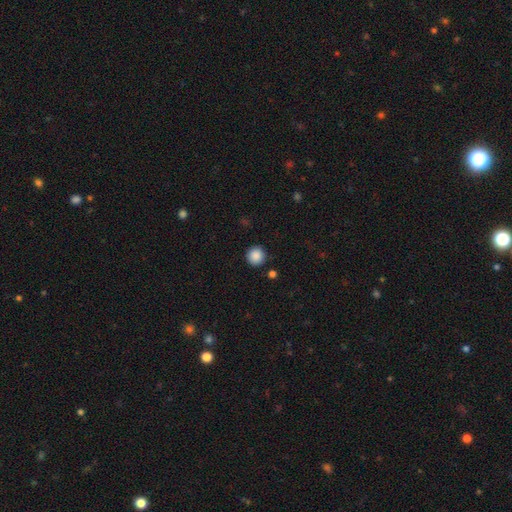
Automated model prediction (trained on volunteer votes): smooth-or-featured: smooth: 88% | star or artifact: 9% | featured or disk: 3%
  how-rounded: round: 95% | in between: 4% | cigar-shaped: 1%
  merging: none: 90% | minor disturbance: 6% | major disturbance: 2% | merger: 2%